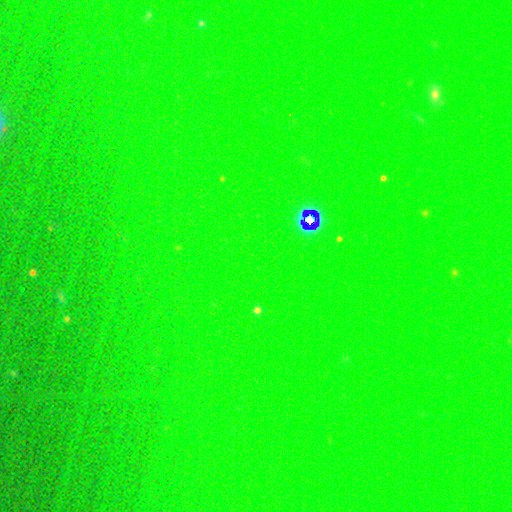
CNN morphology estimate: smooth-or-featured: star or artifact: 75% | smooth: 16% | featured or disk: 9%